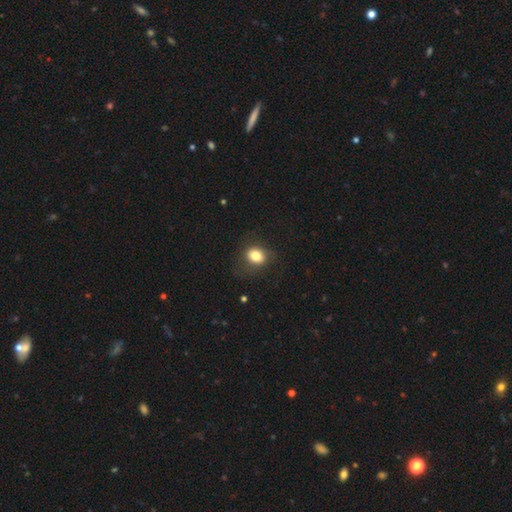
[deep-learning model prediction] smooth 81%, star or artifact 10%, featured or disk 9%. Down the decision tree: how rounded — round (51%); merging — none (75%).